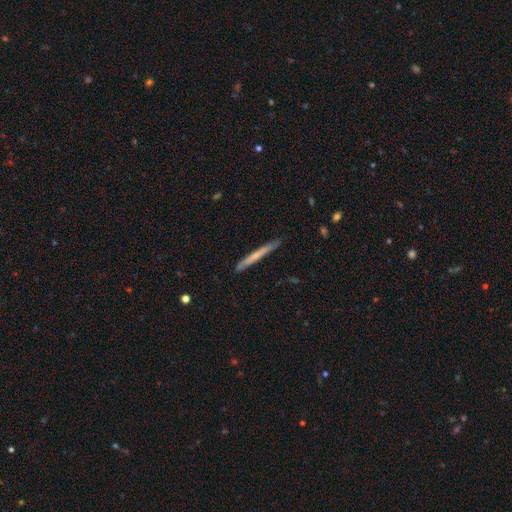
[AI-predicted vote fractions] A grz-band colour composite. It shows a smooth galaxy with no disk features (53%) that is cigar-shaped (97%). Merging: none (87%).